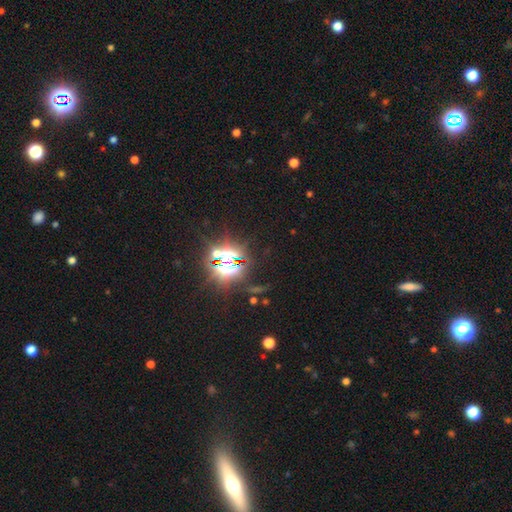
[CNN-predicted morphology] star or artifact 84%, smooth 10%, featured or disk 7%.